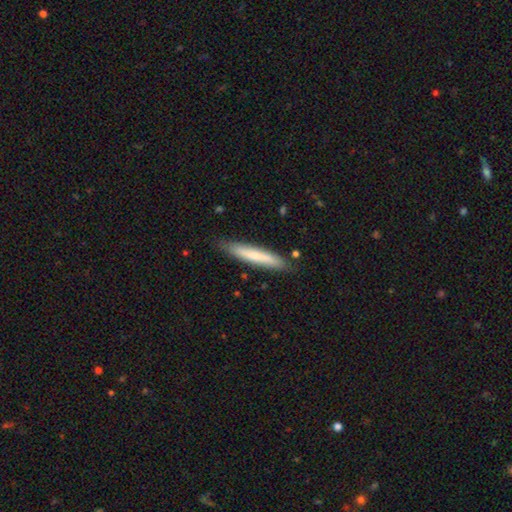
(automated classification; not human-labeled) Smooth or featured? Predicted: smooth (p=0.72). How rounded? Predicted: cigar-shaped (p=0.92). Merging? Predicted: none (p=0.85).